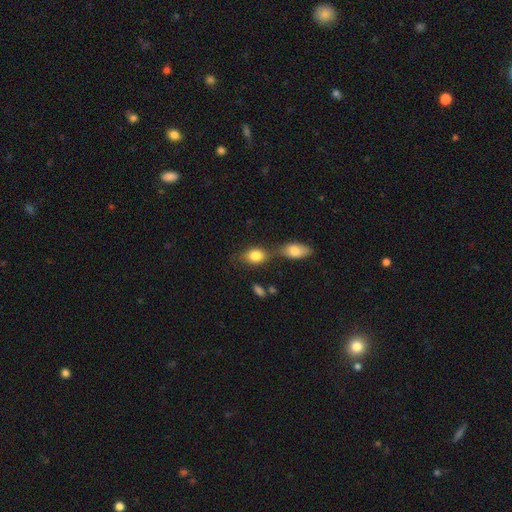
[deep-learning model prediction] The model was most divided on "merging": none: 49%, merger: 32%, minor disturbance: 14%, major disturbance: 5%. More confident: smooth or featured — smooth (83%); how rounded — in between (73%).